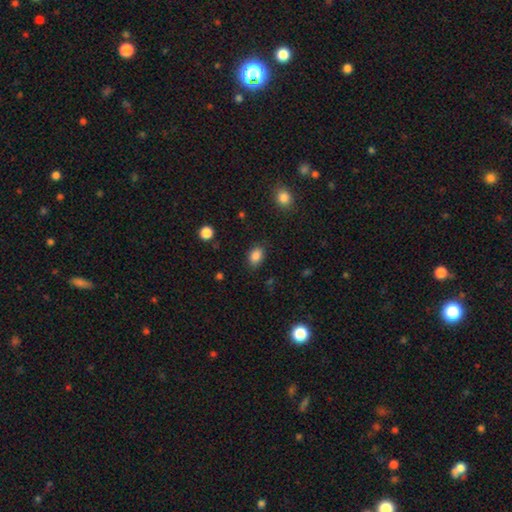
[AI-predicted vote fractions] Smooth or featured? Predicted: smooth (p=0.86). How rounded? Predicted: in between (p=0.78). Merging? Predicted: none (p=0.82).